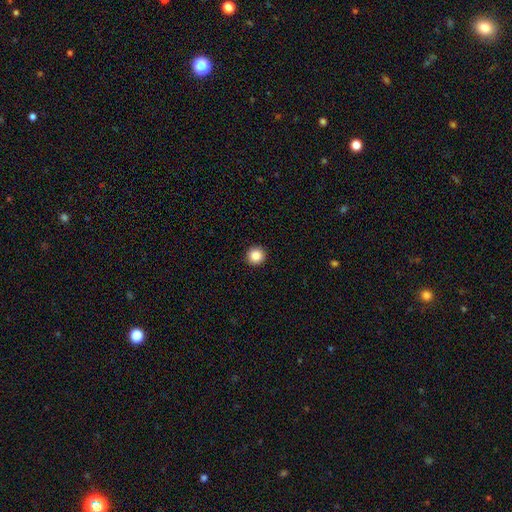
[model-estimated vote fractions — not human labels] smooth_or_featured: smooth (p=0.86) [alt: star or artifact p=0.10]
how_rounded: round (p=0.96) [alt: in between p=0.03]
merging: none (p=0.94) [alt: minor disturbance p=0.04]